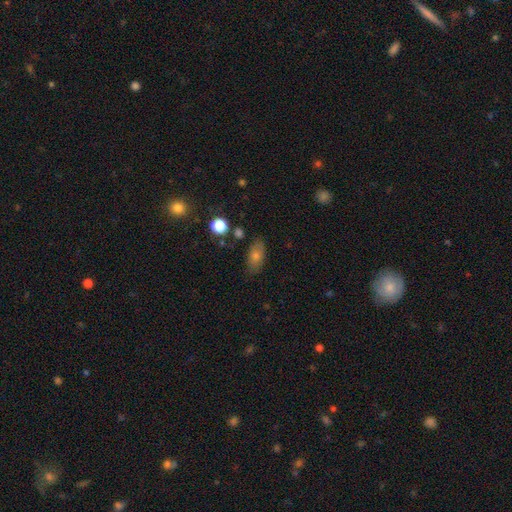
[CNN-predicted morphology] This appears to be a smooth galaxy with no disk features (66%) that is in between round and cigar-shaped (85%). Merging: none (80%).